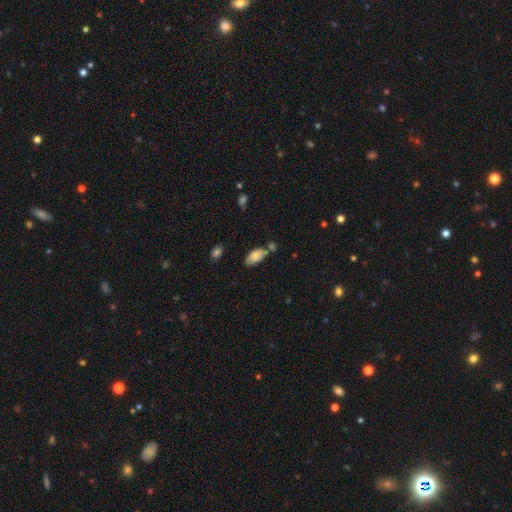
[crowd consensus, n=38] Q: Smooth or featured?
A: smooth (76%); runner-up: featured or disk (16%)
Q: How rounded?
A: in between (100%)
Q: Merging?
A: none (63%); runner-up: merger (23%)